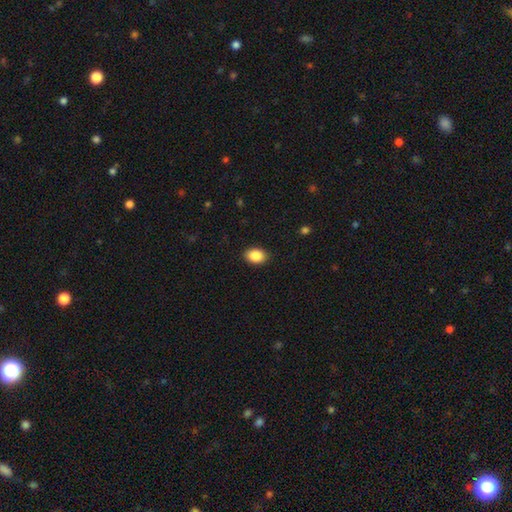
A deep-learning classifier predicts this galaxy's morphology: smooth 88%, star or artifact 8%, featured or disk 4%. Down the decision tree: how rounded — in between (77%); merging — none (89%).